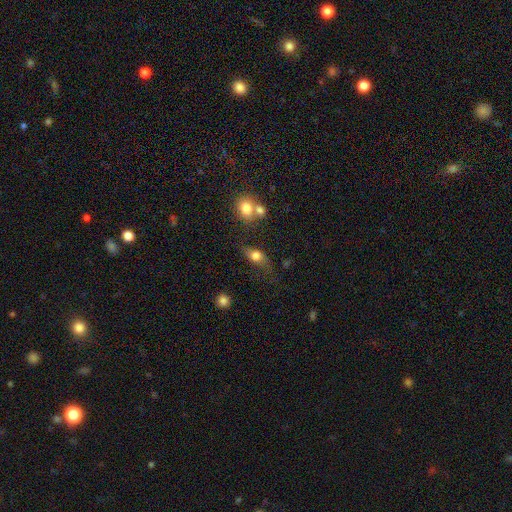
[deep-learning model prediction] Smooth or featured? smooth (72%)
How rounded? in between (75%)
Merging? none (54%)